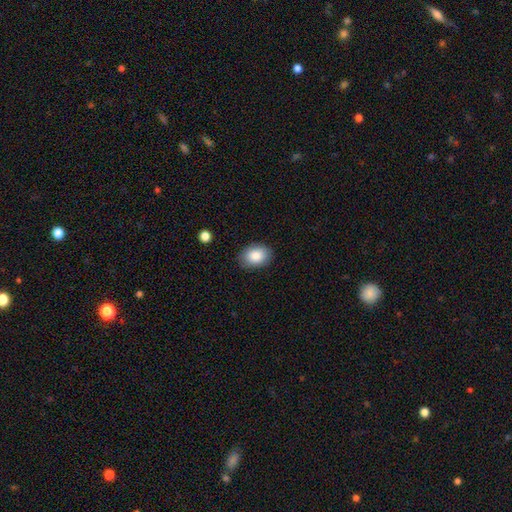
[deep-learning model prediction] smooth_or_featured: smooth (p=0.86) [alt: star or artifact p=0.07]
how_rounded: in between (p=0.81) [alt: round p=0.18]
merging: none (p=0.86) [alt: minor disturbance p=0.10]